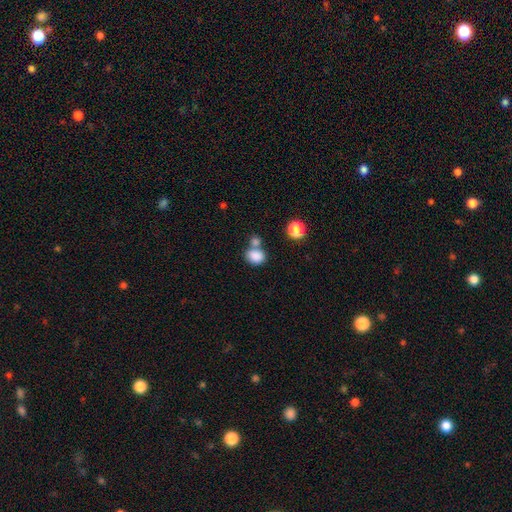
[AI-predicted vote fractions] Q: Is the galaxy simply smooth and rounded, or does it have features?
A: smooth — 84%.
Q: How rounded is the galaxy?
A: round — 50%.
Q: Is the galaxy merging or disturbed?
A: none — 49%.